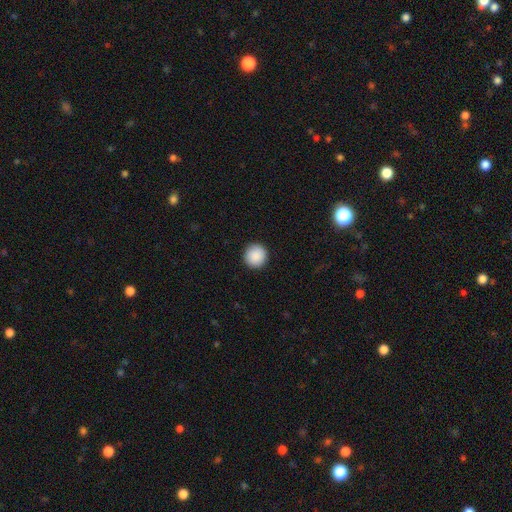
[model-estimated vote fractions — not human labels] Smooth or featured? Predicted: smooth (p=0.90). How rounded? Predicted: round (p=0.95). Merging? Predicted: none (p=0.92).